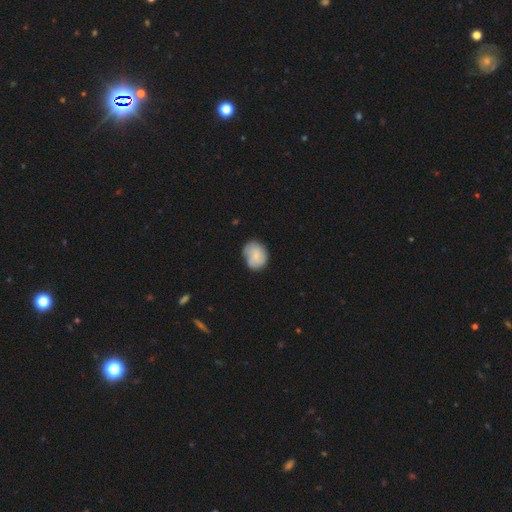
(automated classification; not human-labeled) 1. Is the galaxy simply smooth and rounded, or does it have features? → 72% smooth, 21% featured or disk, 7% star or artifact.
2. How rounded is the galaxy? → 59% round, 40% in between, 1% cigar-shaped.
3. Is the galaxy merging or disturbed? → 65% none, 26% minor disturbance, 7% major disturbance, 2% merger.